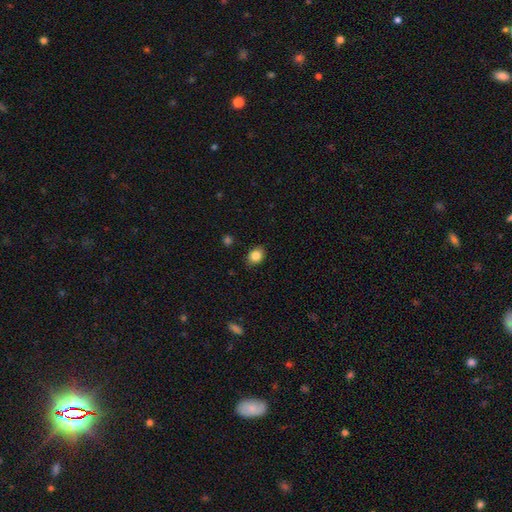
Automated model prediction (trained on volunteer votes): Morphology: type=smooth (85%); roundness=in between (56%); merging=none (86%).